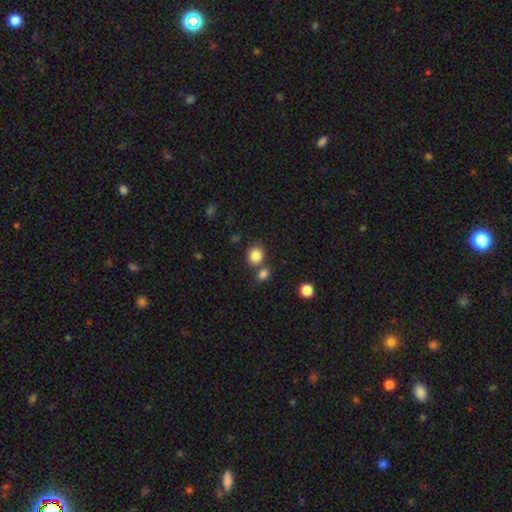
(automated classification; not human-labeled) This appears to be a smooth galaxy with no disk features (85%) that is round (78%). Merging: none (68%).